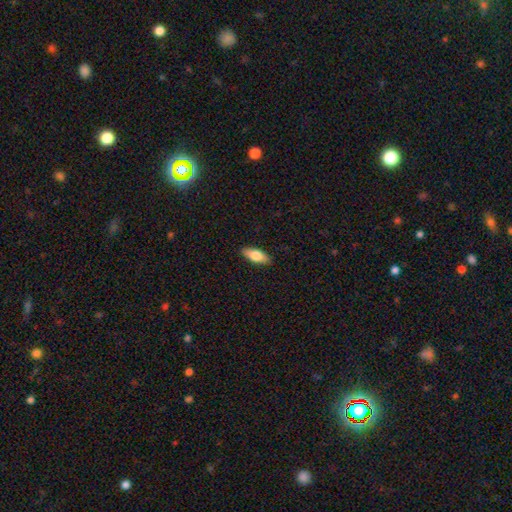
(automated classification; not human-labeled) Morphology: type=smooth (74%); roundness=in between (77%); merging=none (89%).